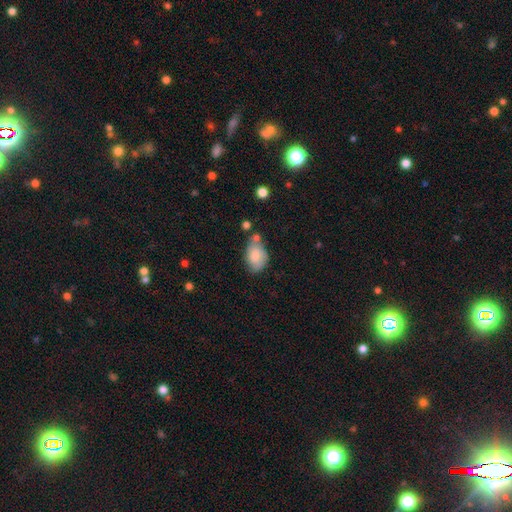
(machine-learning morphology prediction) A smooth galaxy with no disk features (79%) that is in between round and cigar-shaped (84%). Merging: none (49%).